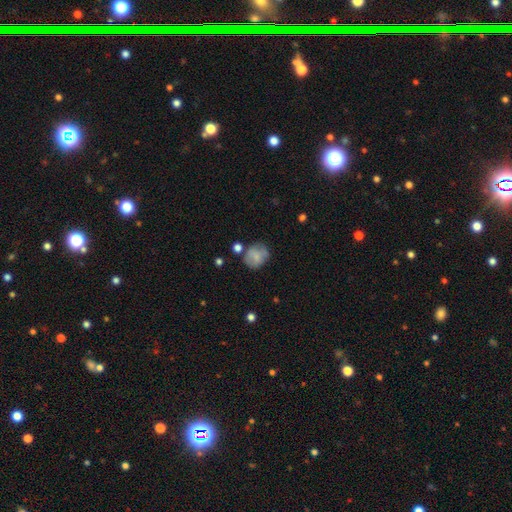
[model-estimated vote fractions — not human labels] Morphology: type=smooth (71%); roundness=round (63%); merging=none (59%).